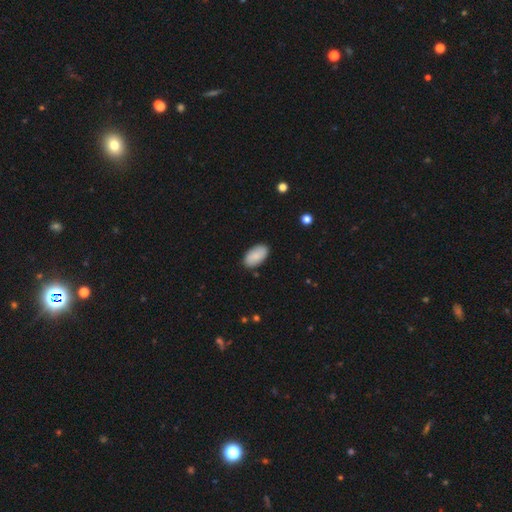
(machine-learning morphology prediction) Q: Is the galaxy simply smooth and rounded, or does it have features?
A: smooth — 87%.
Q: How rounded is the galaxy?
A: in between — 95%.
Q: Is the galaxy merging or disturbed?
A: none — 87%.